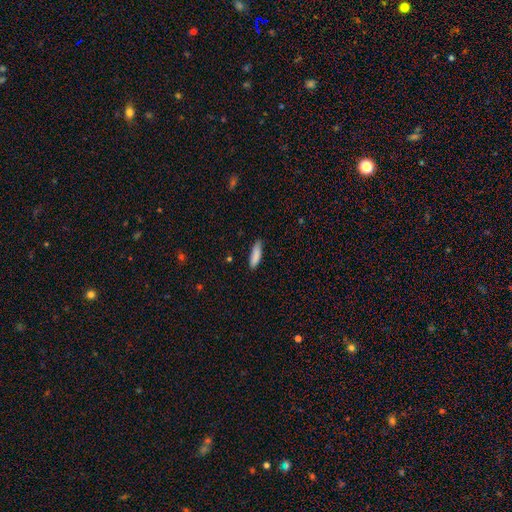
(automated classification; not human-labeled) Smooth or featured: smooth — 87% (star or artifact — 6%)
How rounded: cigar-shaped — 58% (in between — 41%)
Merging: none — 81% (minor disturbance — 15%)